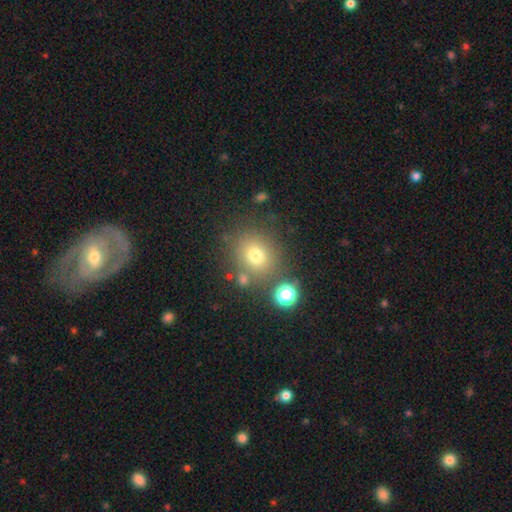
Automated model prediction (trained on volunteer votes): Q: Smooth or featured?
A: smooth (72%); runner-up: star or artifact (17%)
Q: How rounded?
A: round (79%); runner-up: in between (20%)
Q: Merging?
A: none (75%); runner-up: minor disturbance (11%)